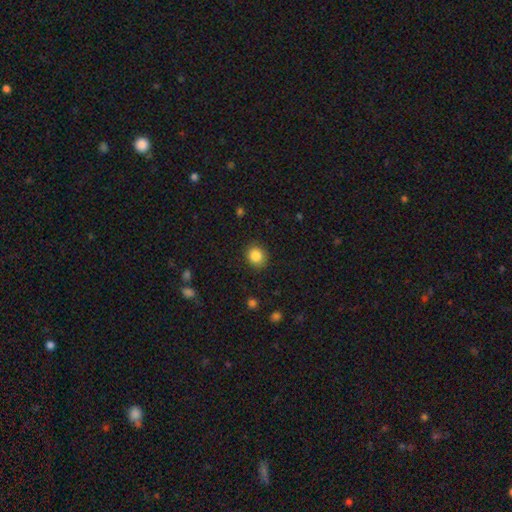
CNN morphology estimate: type=smooth (86%); roundness=round (79%); merging=none (88%).